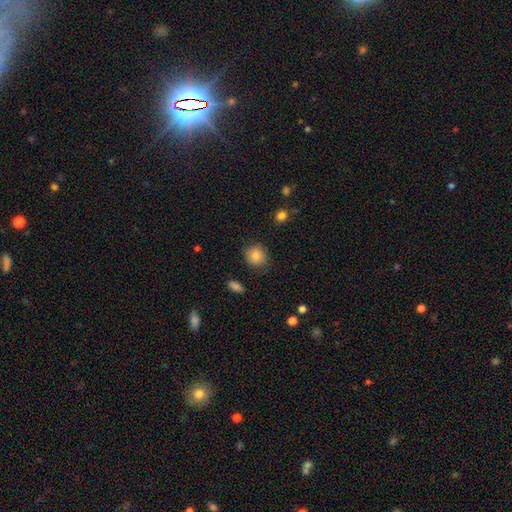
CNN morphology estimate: A smooth galaxy with no disk features (85%) that is round (83%). Merging: none (85%).